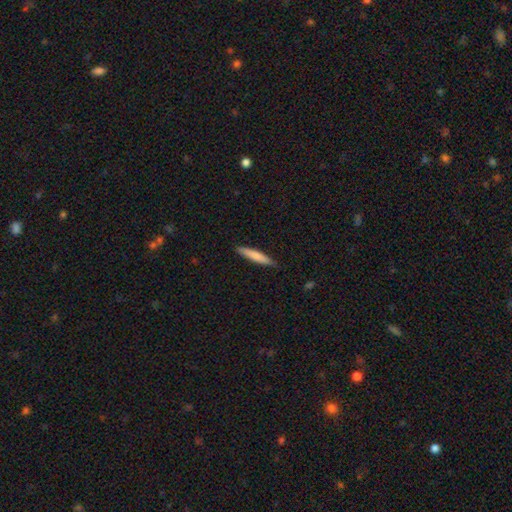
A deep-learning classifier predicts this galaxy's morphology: This is likely a smooth galaxy (74%). How rounded: clearly cigar-shaped (91%). Merging: clearly none (87%).